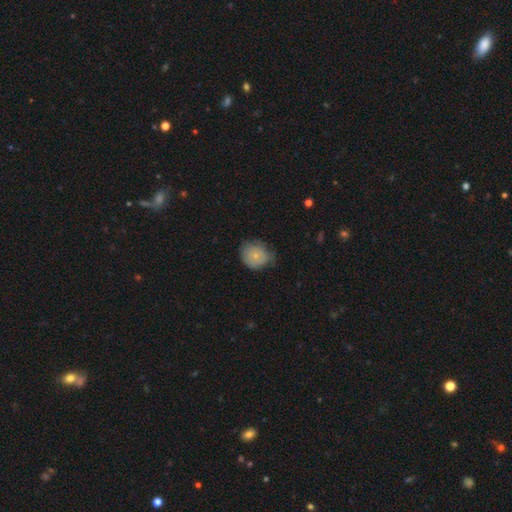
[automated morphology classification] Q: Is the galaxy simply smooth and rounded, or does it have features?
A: smooth — 71%.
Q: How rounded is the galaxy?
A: round — 76%.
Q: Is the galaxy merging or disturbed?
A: none — 51%.